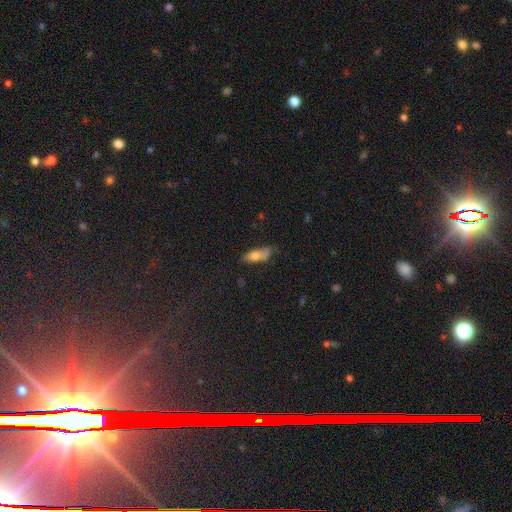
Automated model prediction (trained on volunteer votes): A smooth galaxy with no disk features (66%) that is in between round and cigar-shaped (61%).

Vote fractions:
- Smooth or featured? smooth: 66% / featured or disk: 26% / star or artifact: 8%
- How rounded? in between: 61% / cigar-shaped: 35% / round: 3%
- Merging? none: 53% / minor disturbance: 31% / major disturbance: 11% / merger: 5%